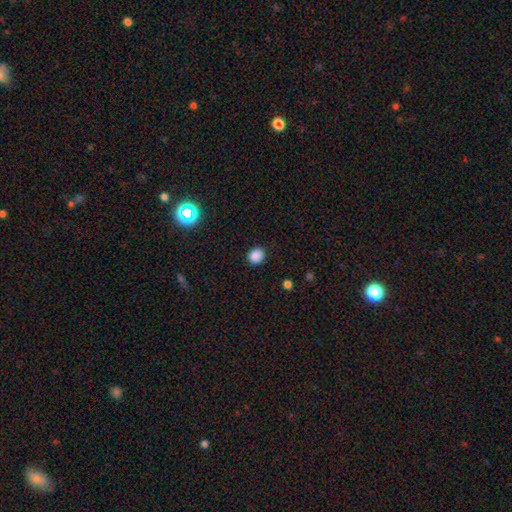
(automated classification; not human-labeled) This is clearly a smooth galaxy (86%). How rounded: likely round (69%). Merging: clearly none (89%).